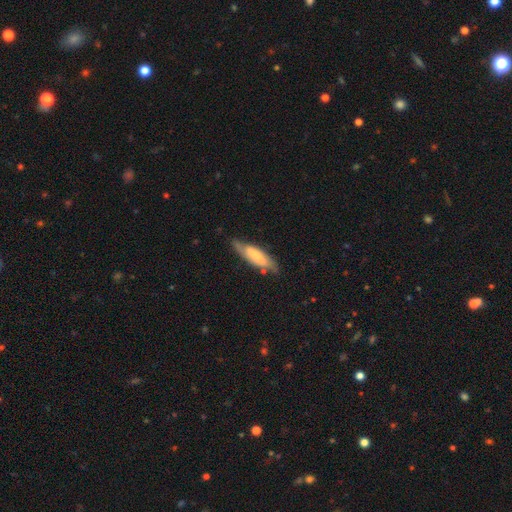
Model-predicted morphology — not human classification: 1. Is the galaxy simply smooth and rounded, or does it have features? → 48% smooth, 46% featured or disk, 6% star or artifact.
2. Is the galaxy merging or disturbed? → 70% none, 22% minor disturbance, 6% major disturbance, 3% merger.